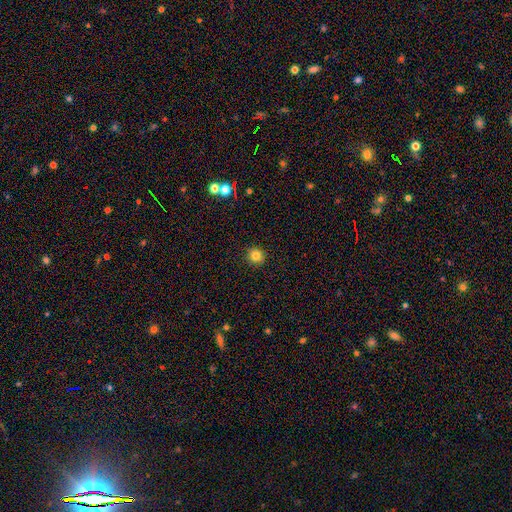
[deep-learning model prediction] smooth 82%, star or artifact 13%, featured or disk 6%. Down the decision tree: how rounded — round (94%); merging — none (92%).